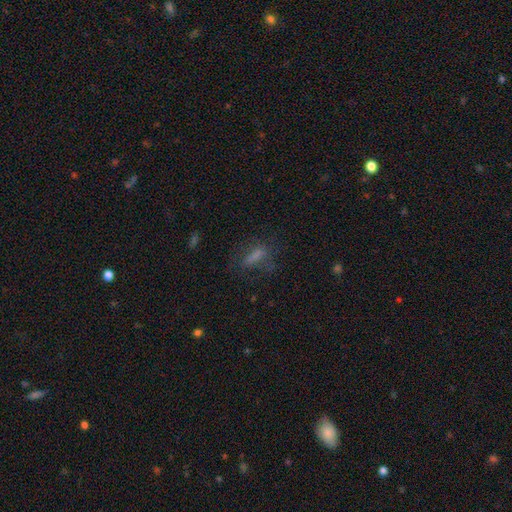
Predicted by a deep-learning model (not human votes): This is possibly a smooth galaxy (60%). How rounded: possibly cigar-shaped (55%). Merging: likely none (60%).